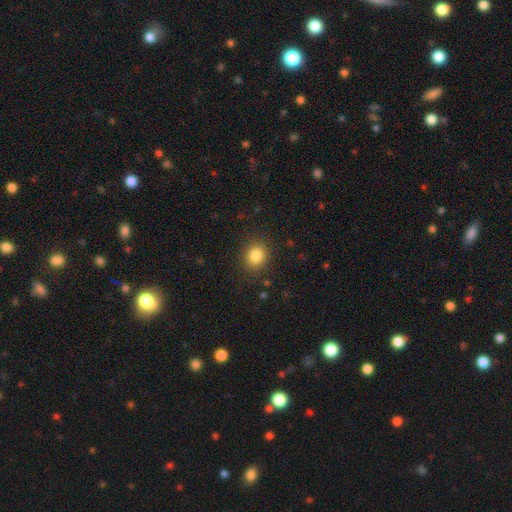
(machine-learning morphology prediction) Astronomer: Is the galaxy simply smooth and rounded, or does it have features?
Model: smooth — 84%.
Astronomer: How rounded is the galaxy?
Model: round — 69%.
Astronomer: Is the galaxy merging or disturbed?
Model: none — 87%.